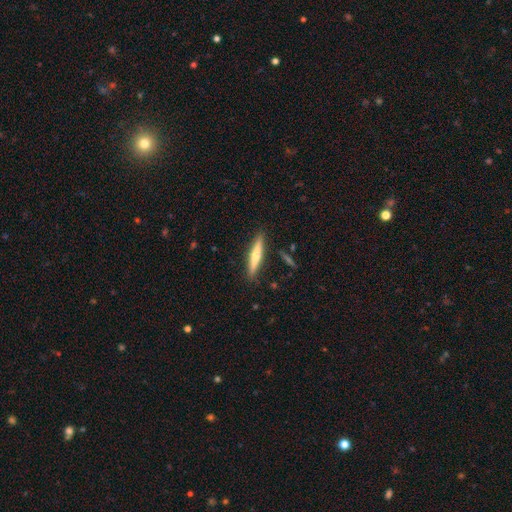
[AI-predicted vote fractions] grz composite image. It shows a featured or disk galaxy (48%). Merging: none (88%).